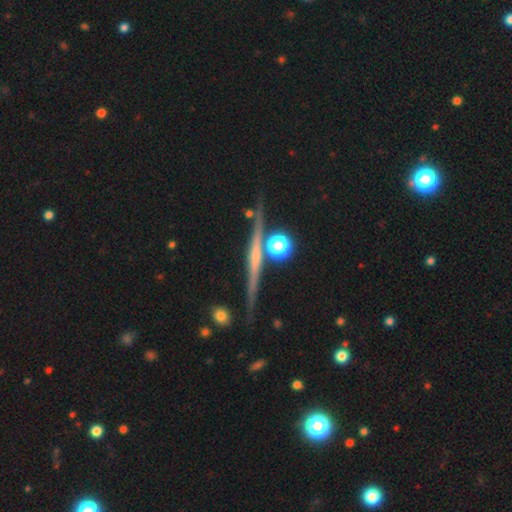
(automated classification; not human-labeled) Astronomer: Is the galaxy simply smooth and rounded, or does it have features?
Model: featured or disk — 73%.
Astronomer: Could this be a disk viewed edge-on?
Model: yes — 97%.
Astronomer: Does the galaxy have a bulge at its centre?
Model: rounded — 45% (runner-up: none, 41%).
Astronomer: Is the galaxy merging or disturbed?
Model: none — 85%.